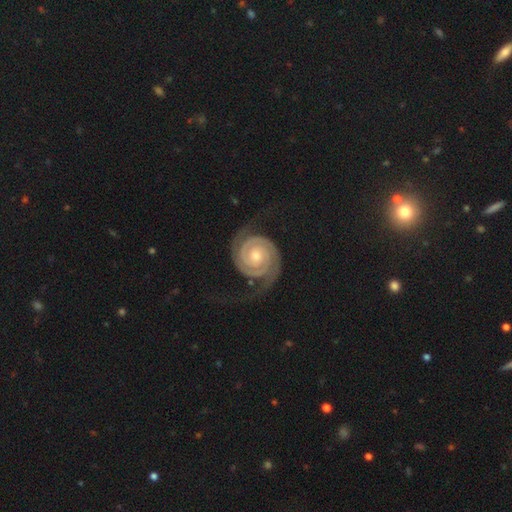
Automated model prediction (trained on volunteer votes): A featured or disk galaxy (93%) with no bar (73%), 2 (90%) tight (77%) spiral arms (99%) and a moderate central bulge (54%).

Vote fractions:
- Smooth or featured? featured or disk: 93% / star or artifact: 4% / smooth: 3%
- Edge-on disk? no: 98% / yes: 2%
- Bar? no: 73% / weak: 19% / strong: 8%
- Spiral arms? yes: 99% / no: 1%
- Spiral winding? tight: 77% / medium: 18% / loose: 4%
- Spiral arm count? 2: 90% / 3: 3% / can't tell: 2% / 1: 2% / 4: 1% / more than 4: 1%
- Bulge size? moderate: 54% / small: 42% / large: 2% / none: 1% / dominant: 1%
- Merging? none: 76% / minor disturbance: 14% / major disturbance: 9% / merger: 1%